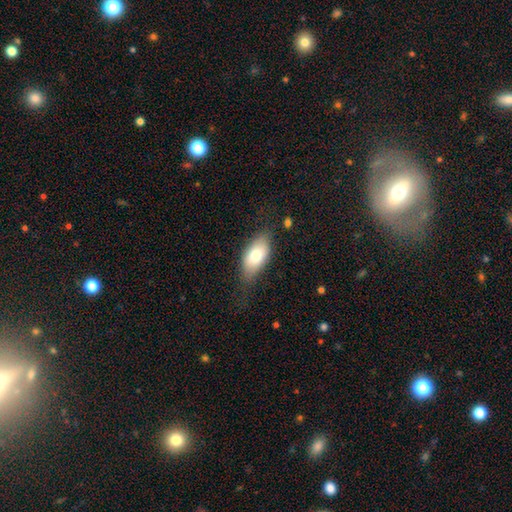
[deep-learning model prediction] Smooth or featured?
  - smooth: 75% *
  - featured or disk: 18%
  - star or artifact: 7%
How rounded?
  - in between: 91% *
  - cigar-shaped: 5%
  - round: 4%
Merging?
  - none: 67% *
  - minor disturbance: 23%
  - major disturbance: 8%
  - merger: 2%